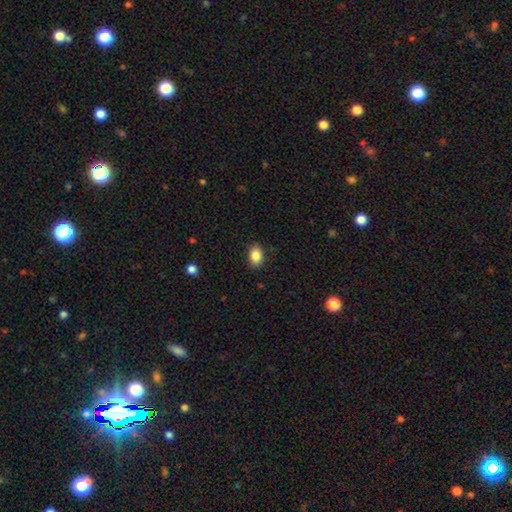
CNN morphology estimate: smooth 87%, star or artifact 9%, featured or disk 4%. Down the decision tree: how rounded — in between (78%); merging — none (87%).